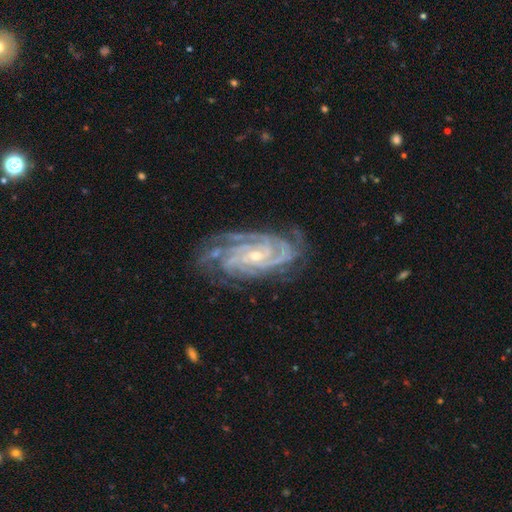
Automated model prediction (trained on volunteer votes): The model was most divided on "spiral arm count": 4: 30%, 3: 26%, can't tell: 14%, 2: 12%, more than 4: 11%, 1: 7%. More confident: spiral arms — yes (99%); edge-on disk — no (96%); smooth or featured — featured or disk (92%); merging — none (74%); spiral winding — tight (74%); bulge size — small (69%); bar — no (59%).